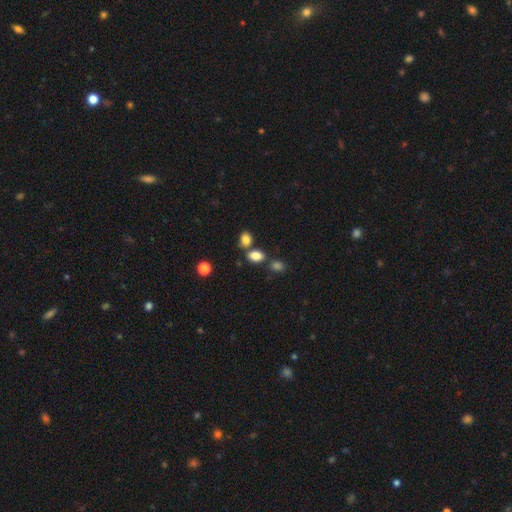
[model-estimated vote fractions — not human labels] Overall: smooth (84%). How rounded: in between (79%). Merging: none (63%).